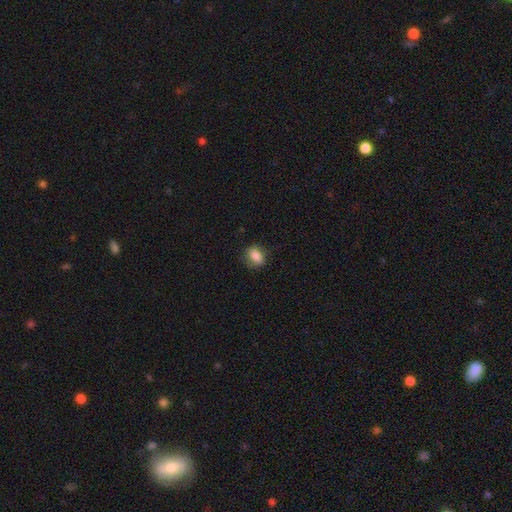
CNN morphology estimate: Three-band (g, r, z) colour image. It shows a smooth galaxy with no disk features (78%) that is in between round and cigar-shaped (73%). Merging: none (74%).